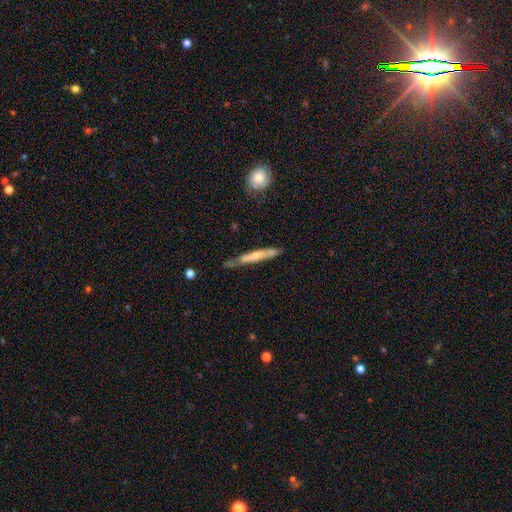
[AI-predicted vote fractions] smooth_or_featured: smooth (p=0.51) [alt: featured or disk p=0.43]
how_rounded: cigar-shaped (p=0.93) [alt: in between p=0.05]
merging: none (p=0.67) [alt: minor disturbance p=0.24]